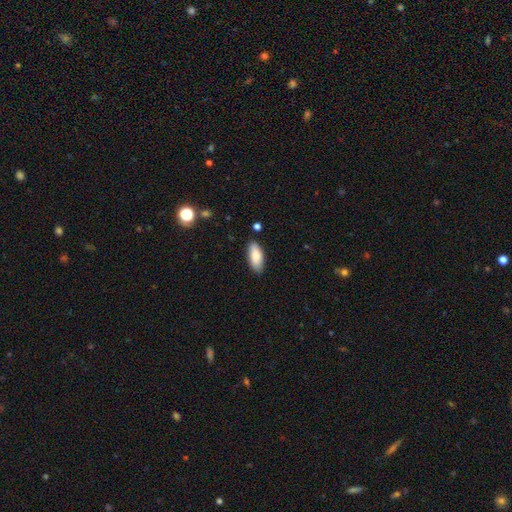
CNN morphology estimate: smooth 85%, featured or disk 8%, star or artifact 6%. Down the decision tree: how rounded — in between (83%); merging — none (85%).